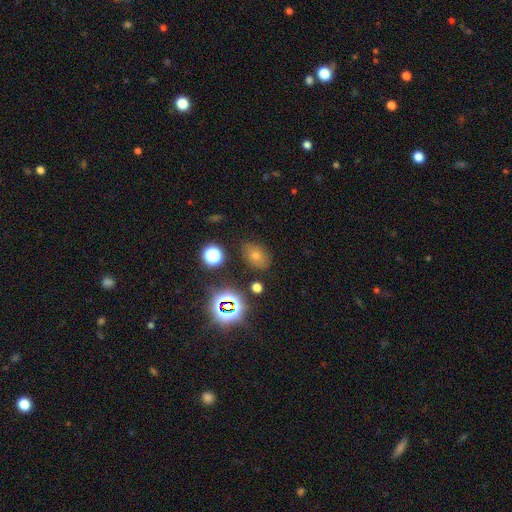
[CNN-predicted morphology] The model was most divided on "smooth or featured": smooth: 50%, star or artifact: 36%, featured or disk: 13%. More confident: merging — none (83%); how rounded — in between (67%).